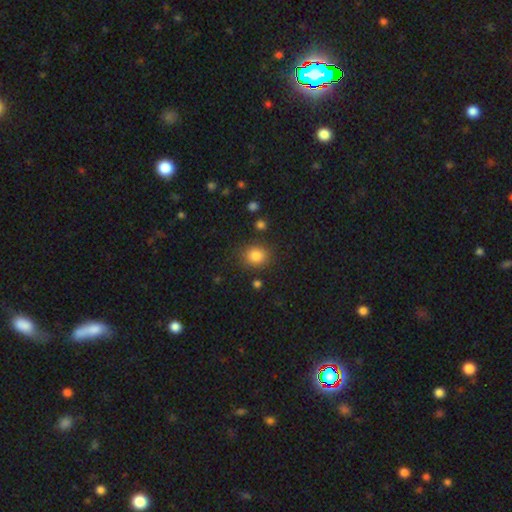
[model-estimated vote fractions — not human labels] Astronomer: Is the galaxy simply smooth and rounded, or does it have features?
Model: smooth — 84%.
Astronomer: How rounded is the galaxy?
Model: round — 70%.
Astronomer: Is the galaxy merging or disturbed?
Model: none — 84%.